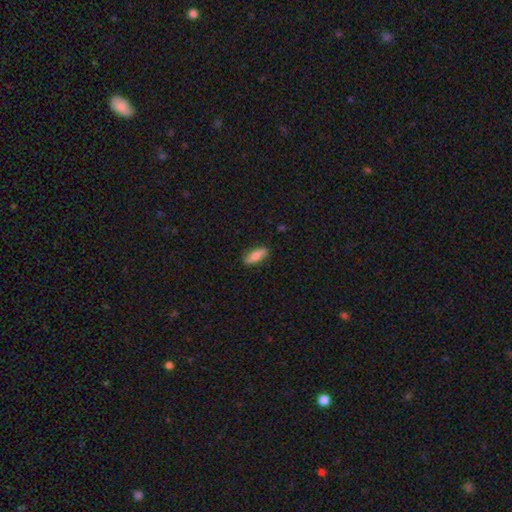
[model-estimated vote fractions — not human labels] Smooth or featured: smooth — 67% (featured or disk — 26%)
How rounded: in between — 68% (cigar-shaped — 29%)
Merging: none — 80% (minor disturbance — 16%)